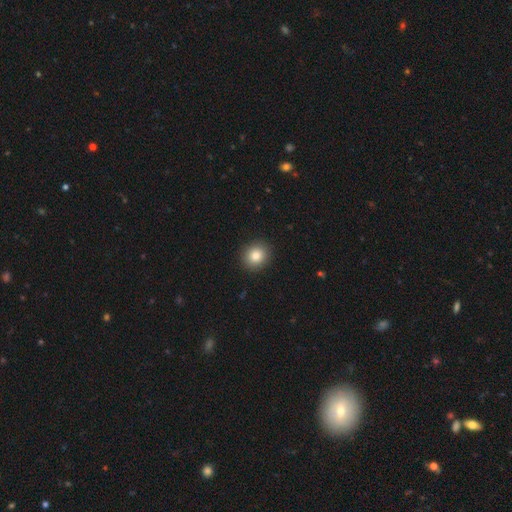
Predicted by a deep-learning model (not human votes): Smooth or featured? smooth (83%)
How rounded? round (82%)
Merging? none (91%)